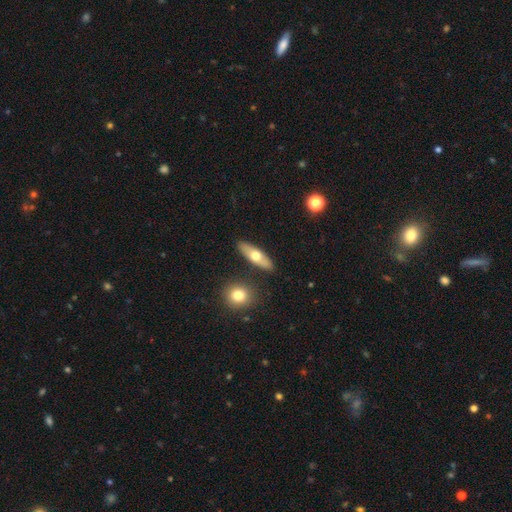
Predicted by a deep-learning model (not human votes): Morphology: type=smooth (57%); roundness=in between (53%); merging=none (86%).